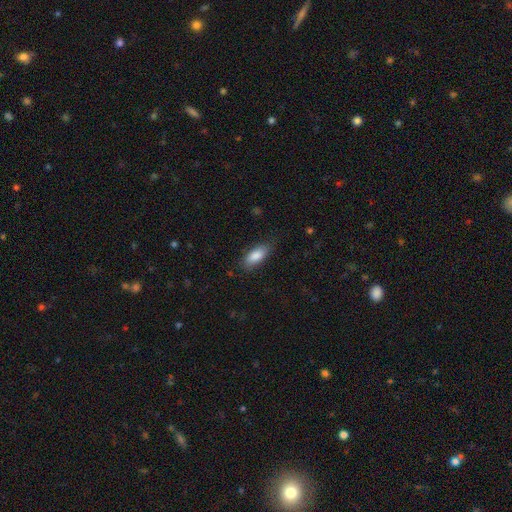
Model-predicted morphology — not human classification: This appears to be a smooth galaxy with no disk features (85%) that is in between round and cigar-shaped (81%). Merging: none (78%).